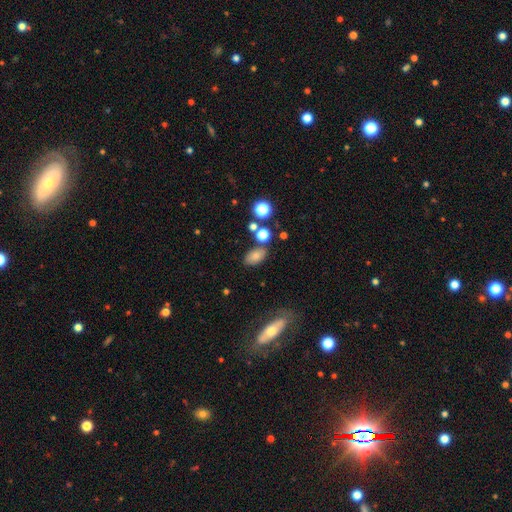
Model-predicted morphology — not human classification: type=smooth (72%); roundness=in between (86%); merging=none (73%).